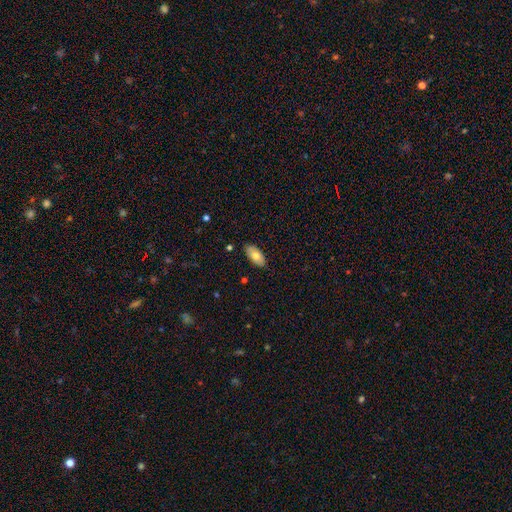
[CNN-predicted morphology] smooth-or-featured: smooth: 71% | featured or disk: 23% | star or artifact: 6%
  how-rounded: in between: 93% | cigar-shaped: 4% | round: 2%
  merging: none: 85% | minor disturbance: 12% | major disturbance: 2% | merger: 1%